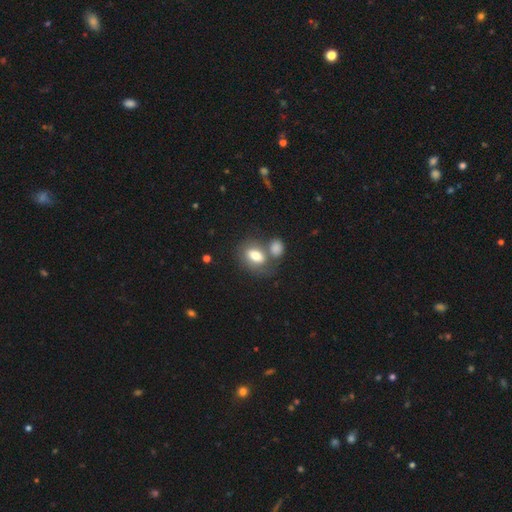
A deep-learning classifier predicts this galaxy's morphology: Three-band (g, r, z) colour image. It shows a smooth galaxy with no disk features (76%) that is in between round and cigar-shaped (82%). Merging: none (40%, tied with merger).